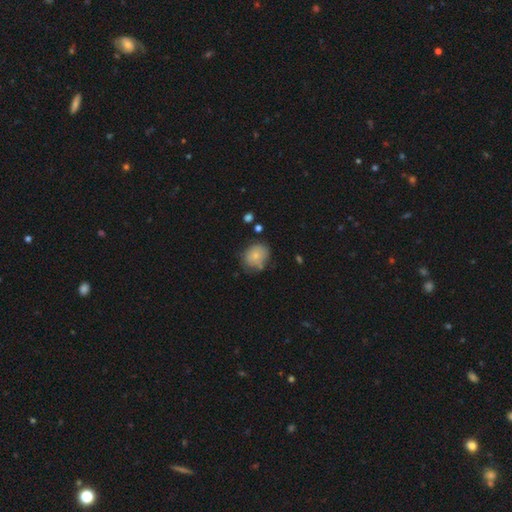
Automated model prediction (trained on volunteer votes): Smooth or featured? smooth (77%)
How rounded? round (55%)
Merging? none (65%)